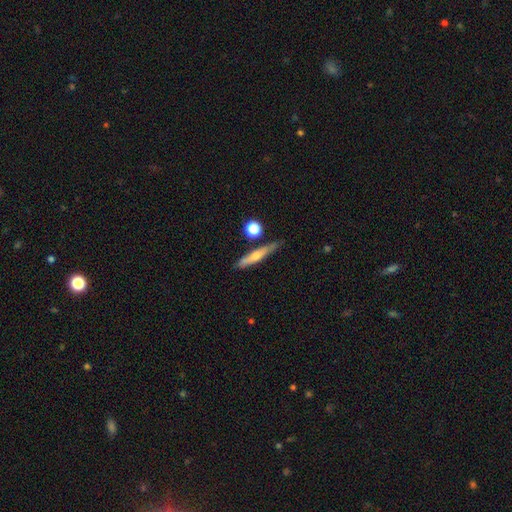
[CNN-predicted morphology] Smooth or featured: smooth — 49% (featured or disk — 44%)
Merging: none — 73% (minor disturbance — 18%)